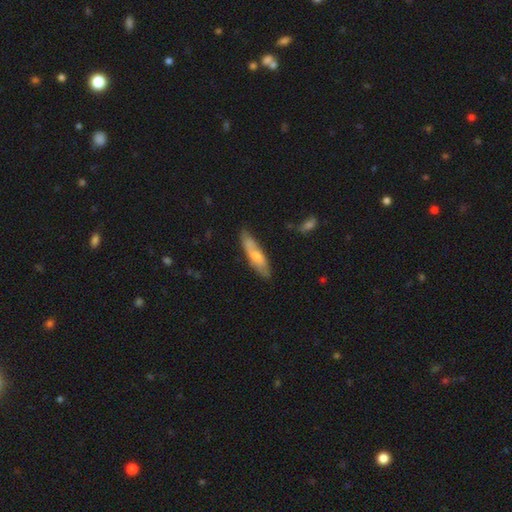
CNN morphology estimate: This is possibly a smooth galaxy (55%). How rounded: likely cigar-shaped (71%). Merging: likely none (74%).